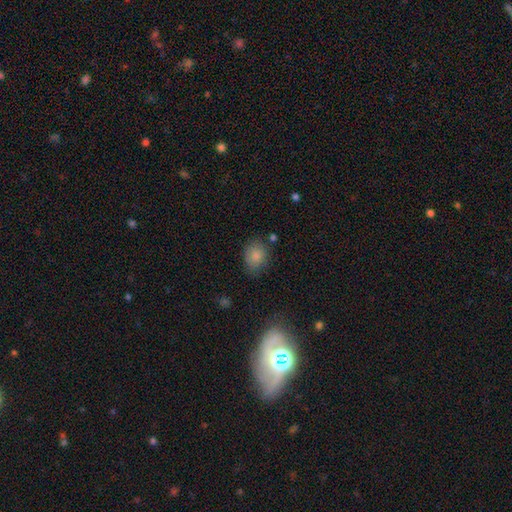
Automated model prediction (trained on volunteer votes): Morphology: type=smooth (84%); roundness=in between (53%); merging=none (74%).